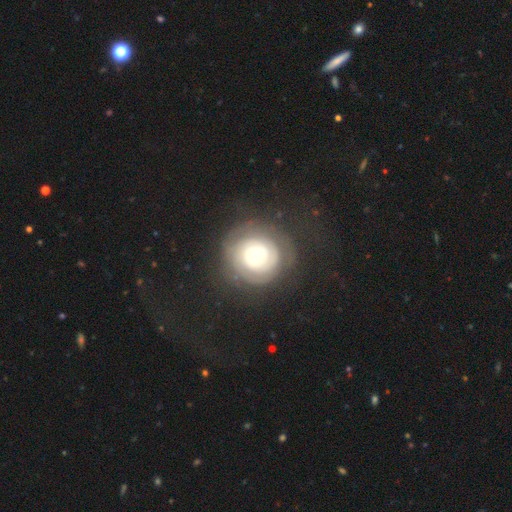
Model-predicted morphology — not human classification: This is possibly a featured or disk galaxy (58%). It is clearly not viewed edge-on (97%). Bar: clearly no (89%). Spiral arm pattern: likely yes (62%). Central bulge: marginally moderate (43%, tied with small). Merging: likely none (68%).